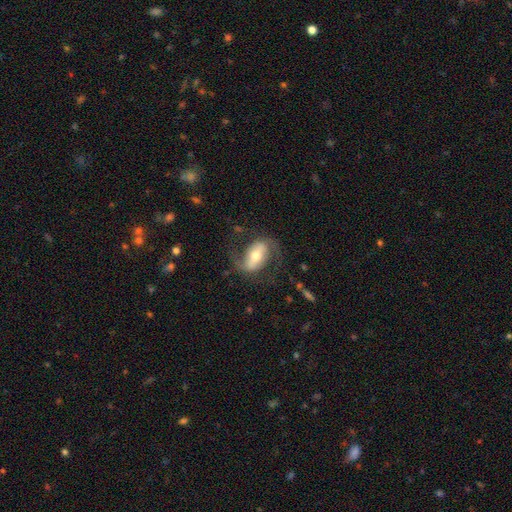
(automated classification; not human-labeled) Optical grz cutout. It shows a featured or disk galaxy (74%) with a strong bar (50%), 2 (88%) medium (46%) spiral arms (87%) and a moderate central bulge (66%). Merging: none (69%).